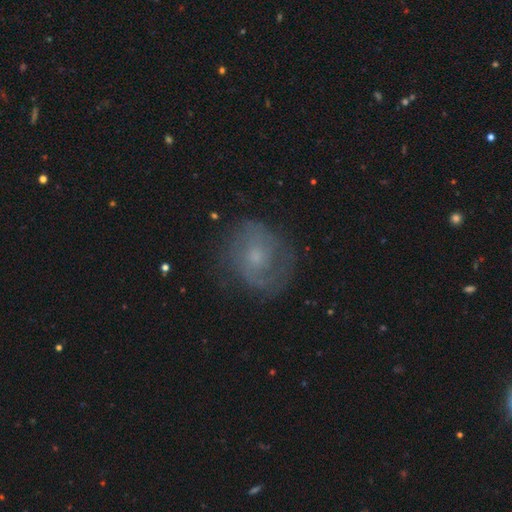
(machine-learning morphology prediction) A featured or disk galaxy (67%) with no bar (67%), 2 (62%) medium (43%) spiral arms (85%) and a small central bulge (49%).

Vote fractions:
- Smooth or featured? featured or disk: 67% / smooth: 22% / star or artifact: 11%
- Edge-on disk? no: 97% / yes: 3%
- Bar? no: 67% / weak: 29% / strong: 4%
- Spiral arms? yes: 85% / no: 15%
- Spiral winding? medium: 43% / tight: 39% / loose: 18%
- Spiral arm count? 2: 62% / can't tell: 22% / 1: 7% / 3: 5% / 4: 2% / more than 4: 2%
- Bulge size? small: 49% / moderate: 38% / none: 8% / large: 3% / dominant: 1%
- Merging? none: 72% / minor disturbance: 17% / major disturbance: 9% / merger: 1%